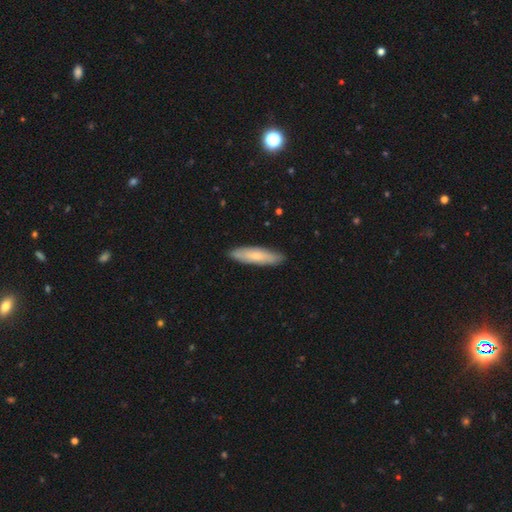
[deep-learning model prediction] This is likely a smooth galaxy (70%). How rounded: likely cigar-shaped (73%). Merging: clearly none (88%).